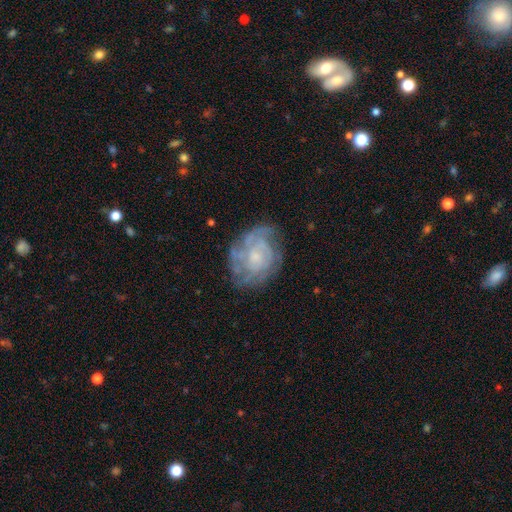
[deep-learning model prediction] Q: Smooth or featured?
A: featured or disk (78%); runner-up: smooth (15%)
Q: Edge-on disk?
A: no (98%); runner-up: yes (2%)
Q: Bar?
A: no (76%); runner-up: weak (21%)
Q: Spiral arms?
A: yes (88%); runner-up: no (12%)
Q: Spiral winding?
A: tight (66%); runner-up: medium (27%)
Q: Spiral arm count?
A: can't tell (46%); runner-up: 3 (17%)
Q: Bulge size?
A: small (51%); runner-up: moderate (29%)
Q: Merging?
A: none (69%); runner-up: minor disturbance (20%)